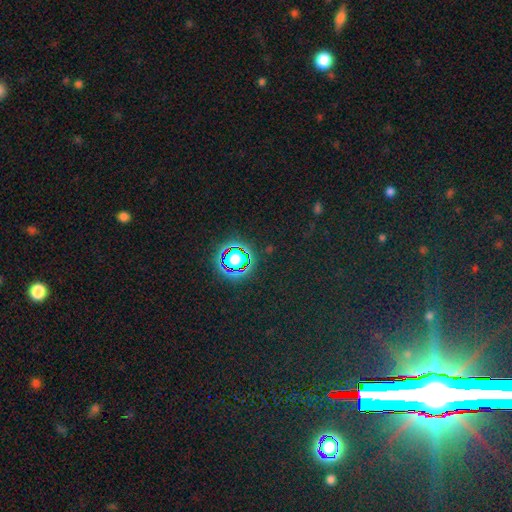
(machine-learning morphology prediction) Smooth or featured?
  - star or artifact: 80% *
  - smooth: 12%
  - featured or disk: 9%